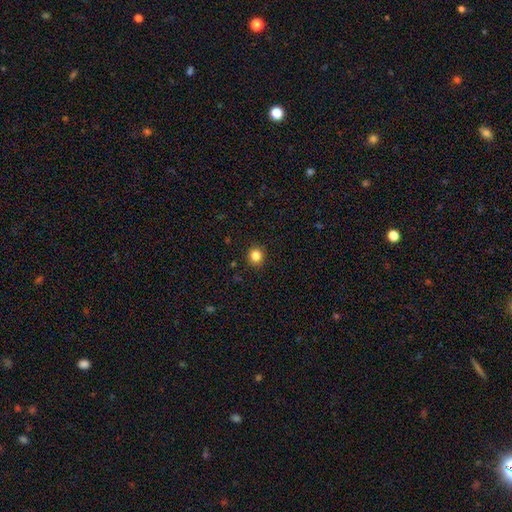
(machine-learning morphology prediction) This is clearly a smooth galaxy (84%). How rounded: clearly round (88%). Merging: clearly none (91%).